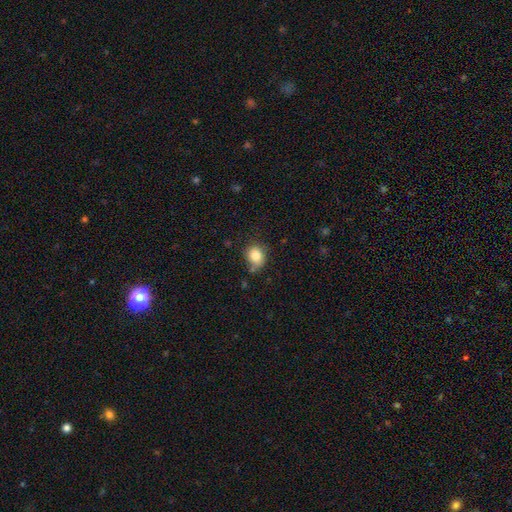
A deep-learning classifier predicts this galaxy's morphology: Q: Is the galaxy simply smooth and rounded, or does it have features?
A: smooth — 82%.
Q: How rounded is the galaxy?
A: round — 66%.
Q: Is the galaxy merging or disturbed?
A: none — 66%.